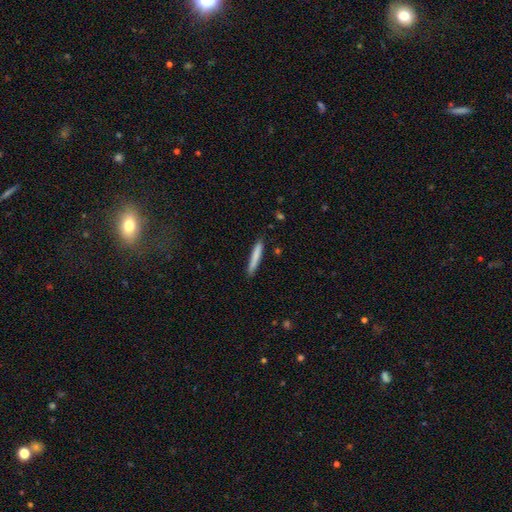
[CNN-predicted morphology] Smooth or featured? smooth (80%)
How rounded? cigar-shaped (95%)
Merging? none (87%)